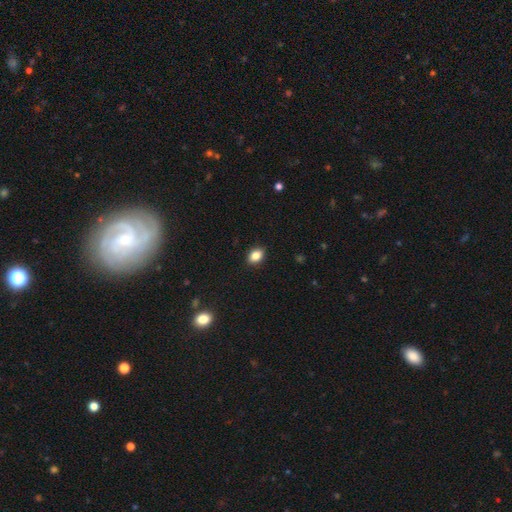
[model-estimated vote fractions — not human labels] A smooth galaxy with no disk features (85%) that is in between round and cigar-shaped (76%).

Vote fractions:
- Smooth or featured? smooth: 85% / star or artifact: 9% / featured or disk: 6%
- How rounded? in between: 76% / round: 22% / cigar-shaped: 2%
- Merging? none: 88% / minor disturbance: 9% / major disturbance: 2% / merger: 1%